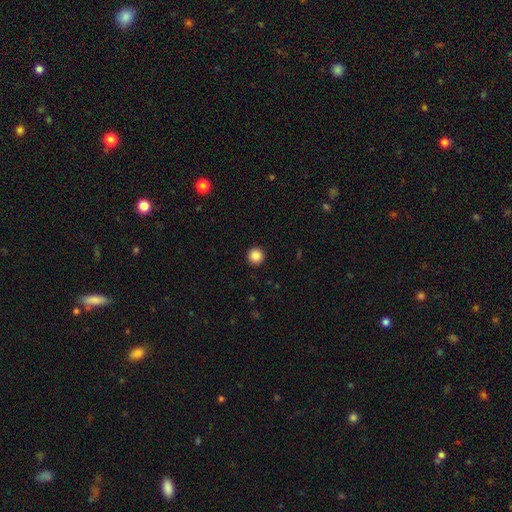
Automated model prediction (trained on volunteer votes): Smooth or featured: smooth — 86% (star or artifact — 10%)
How rounded: round — 96% (in between — 3%)
Merging: none — 94% (minor disturbance — 4%)